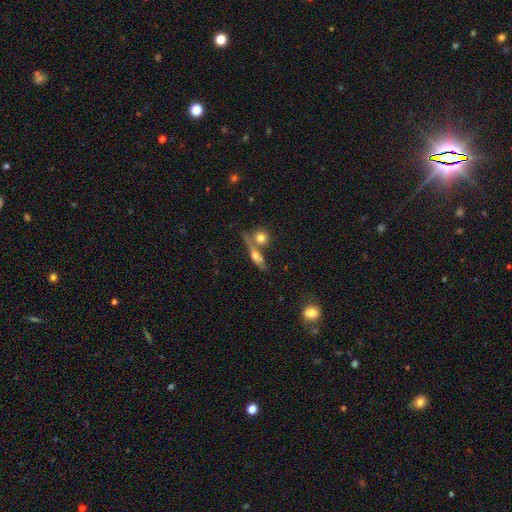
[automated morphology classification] Smooth or featured? smooth (45%)
Merging? none (46%)